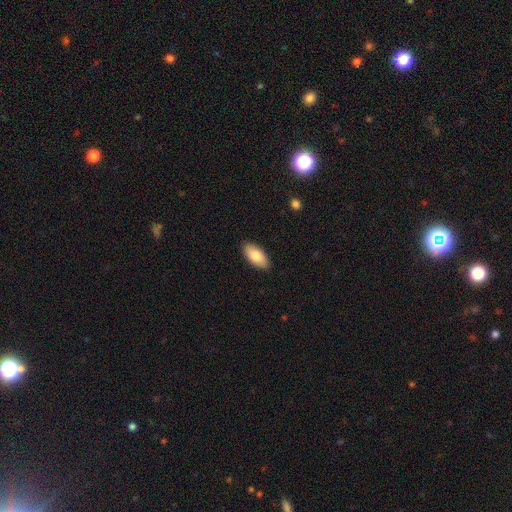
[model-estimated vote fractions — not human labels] This appears to be a smooth galaxy with no disk features (82%) that is in between round and cigar-shaped (91%). Merging: none (89%).